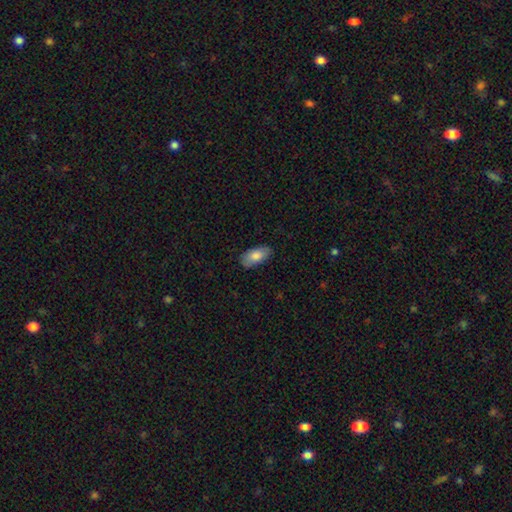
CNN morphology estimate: The model was most divided on "merging": none: 83%, minor disturbance: 13%, major disturbance: 3%, merger: 1%. More confident: how rounded — in between (93%); smooth or featured — smooth (82%).